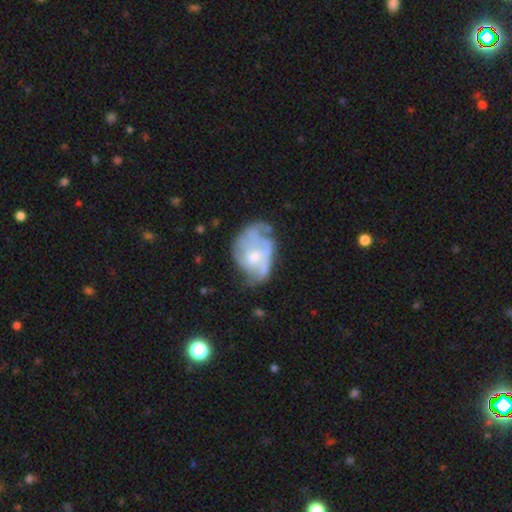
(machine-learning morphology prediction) featured or disk 68%, smooth 25%, star or artifact 7%. Down the decision tree: edge-on disk — no (98%); bar — no (69%); spiral arms — yes (62%); bulge size — moderate (46%); merging — none (39%).